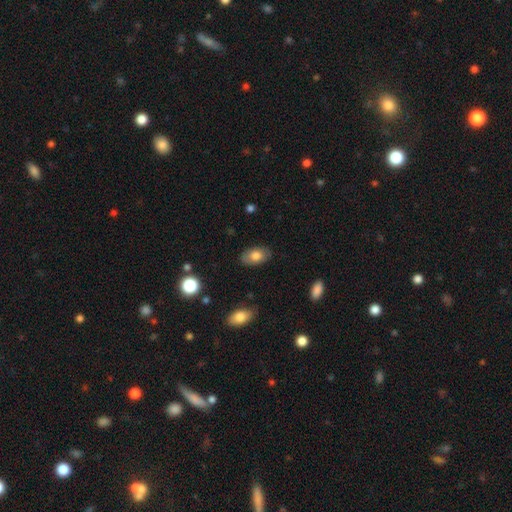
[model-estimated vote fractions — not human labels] smooth 75%, featured or disk 18%, star or artifact 7%. Down the decision tree: how rounded — in between (92%); merging — none (84%).